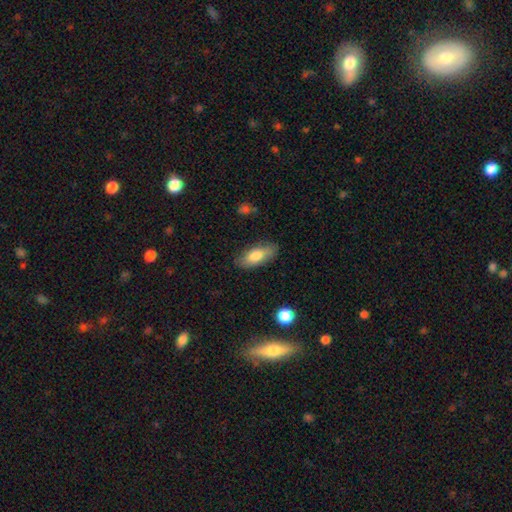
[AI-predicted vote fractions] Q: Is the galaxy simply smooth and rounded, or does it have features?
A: smooth — 78%.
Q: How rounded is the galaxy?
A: in between — 80%.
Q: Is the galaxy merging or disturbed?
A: none — 81%.